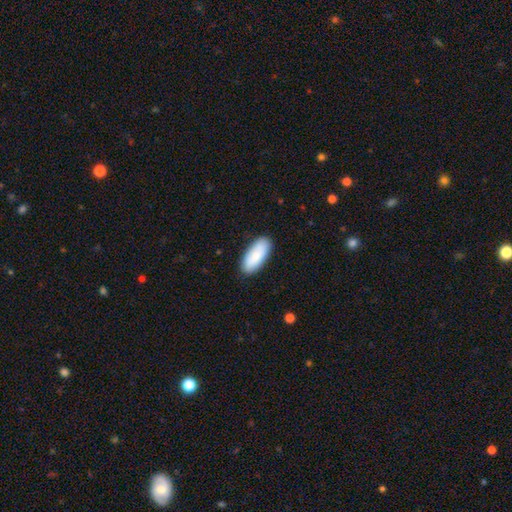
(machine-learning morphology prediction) This appears to be a smooth galaxy with no disk features (84%) that is in between round and cigar-shaped (87%). Merging: none (88%).